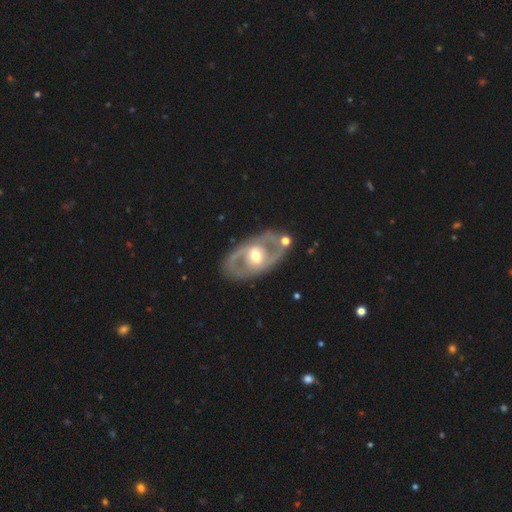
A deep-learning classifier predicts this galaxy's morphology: featured or disk 76%, smooth 19%, star or artifact 5%. Down the decision tree: edge-on disk — no (92%); bar — no (49%); spiral arms — yes (53%); bulge size — moderate (71%); merging — none (74%).